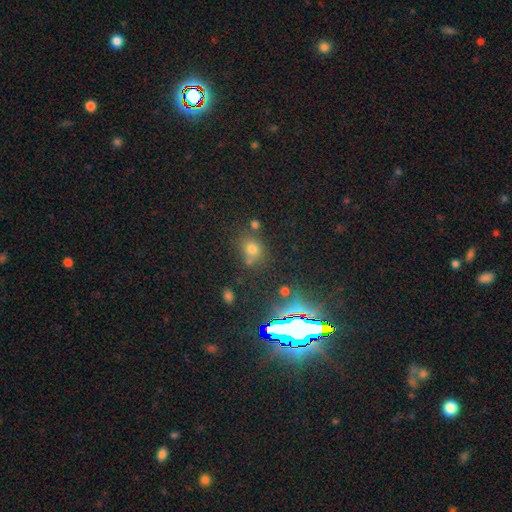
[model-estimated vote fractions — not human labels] smooth_or_featured: star or artifact (p=0.64) [alt: smooth p=0.27]